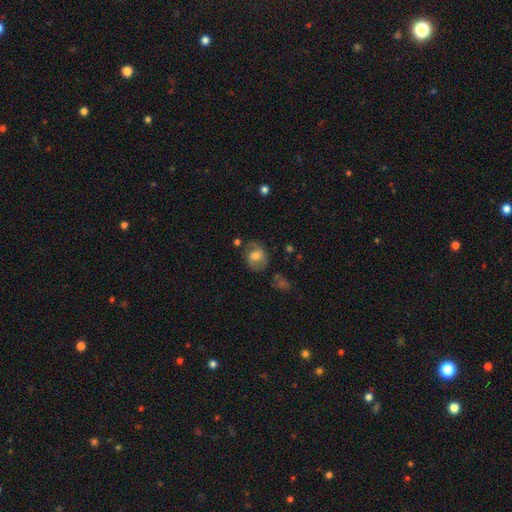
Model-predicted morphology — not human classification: Q: Smooth or featured?
A: smooth (56%); runner-up: featured or disk (36%)
Q: How rounded?
A: in between (54%); runner-up: round (45%)
Q: Merging?
A: none (57%); runner-up: minor disturbance (26%)